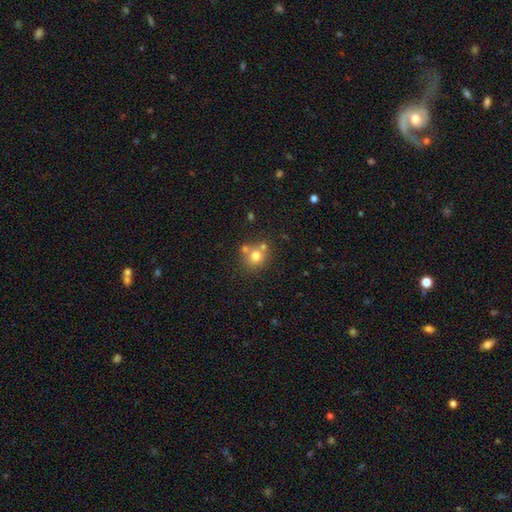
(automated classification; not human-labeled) smooth-or-featured: smooth: 73% | featured or disk: 14% | star or artifact: 14%
  how-rounded: round: 83% | in between: 16% | cigar-shaped: 1%
  merging: none: 57% | merger: 29% | minor disturbance: 10% | major disturbance: 4%